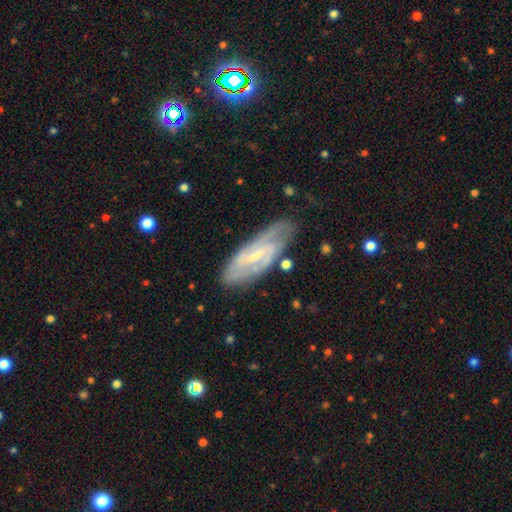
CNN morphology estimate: This is likely a featured or disk galaxy (78%). It is clearly not viewed edge-on (86%). Bar: possibly weak (47%). Spiral arm pattern: clearly yes (89%). Spiral arm count: likely 2 (64%). Spiral winding: marginally tight (44%). Central bulge: likely small (60%). Merging: likely none (73%).